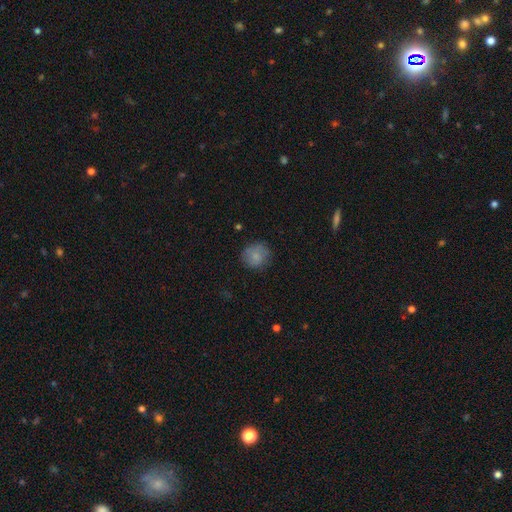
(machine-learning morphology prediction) A smooth galaxy with no disk features (81%) that is round (89%). Merging: none (79%).